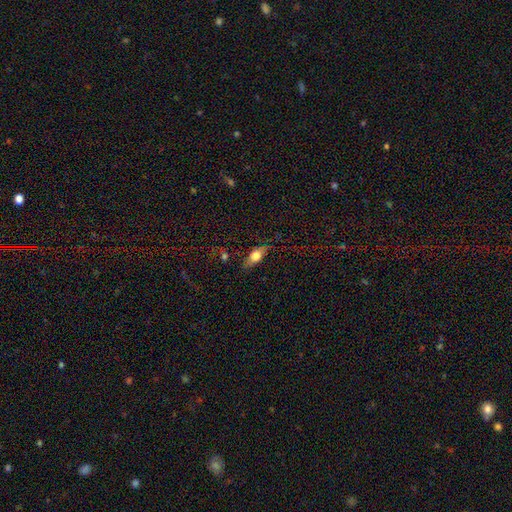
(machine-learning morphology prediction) Smooth or featured? smooth (61%)
How rounded? in between (74%)
Merging? none (73%)